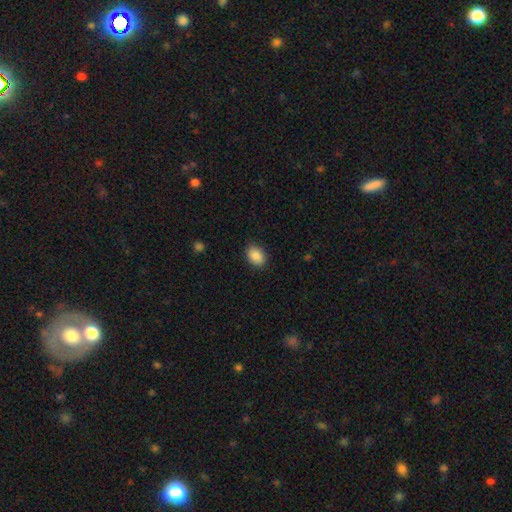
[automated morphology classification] A smooth galaxy with no disk features (89%) that is in between round and cigar-shaped (77%).

Vote fractions:
- Smooth or featured? smooth: 89% / star or artifact: 7% / featured or disk: 4%
- How rounded? in between: 77% / round: 22% / cigar-shaped: 1%
- Merging? none: 88% / minor disturbance: 9% / major disturbance: 2% / merger: 1%